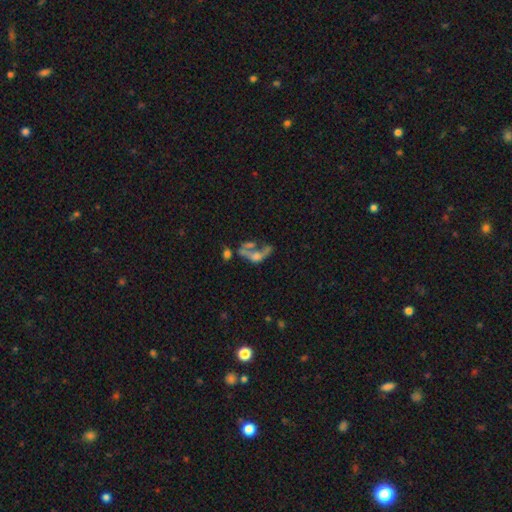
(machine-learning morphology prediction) Q: Smooth or featured?
A: featured or disk (49%); runner-up: smooth (31%)
Q: Merging?
A: merger (44%); runner-up: major disturbance (29%)